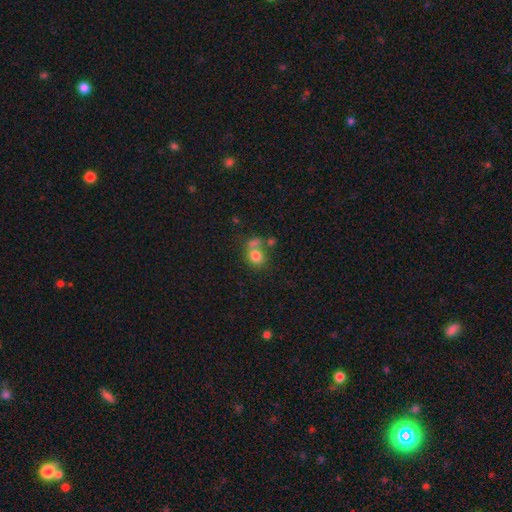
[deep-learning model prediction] Overall: smooth (78%). How rounded: round (69%; in between 30%). Merging: none (43%; merger 38%).